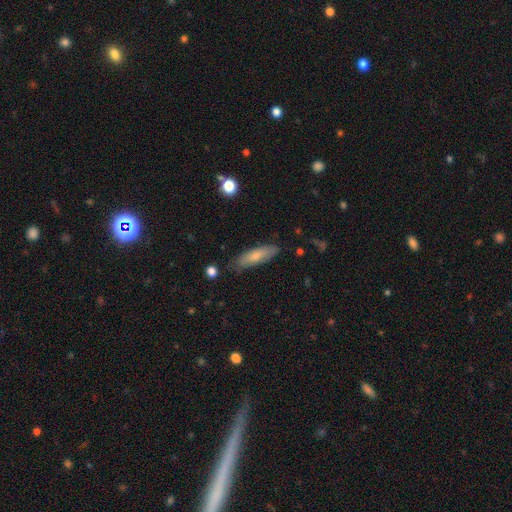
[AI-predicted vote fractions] Smooth or featured: smooth — 71% (featured or disk — 23%)
How rounded: cigar-shaped — 58% (in between — 40%)
Merging: none — 79% (minor disturbance — 17%)